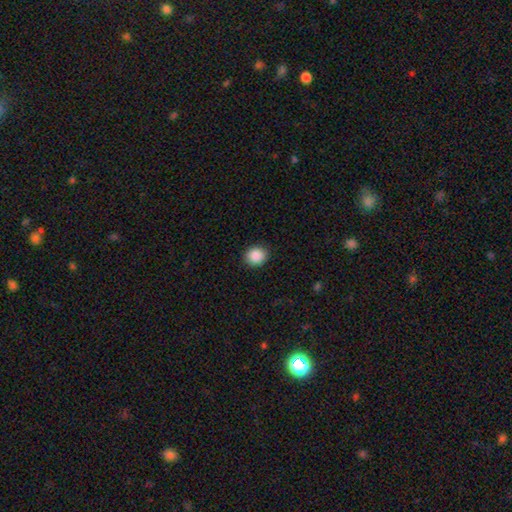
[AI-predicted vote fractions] smooth 89%, star or artifact 8%, featured or disk 3%. Down the decision tree: how rounded — round (78%); merging — none (91%).